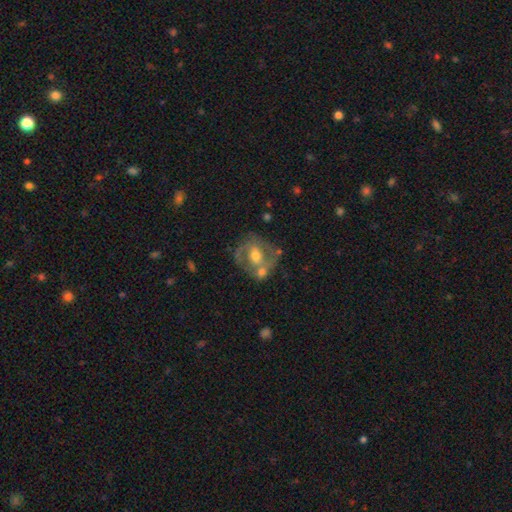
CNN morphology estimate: Smooth or featured? Predicted: featured or disk (p=0.67). Edge-on disk? Predicted: no (p=0.96). Bar? Predicted: no (p=0.48). Spiral arms? Predicted: yes (p=0.63). Bulge size? Predicted: moderate (p=0.71). Merging? Predicted: none (p=0.52).